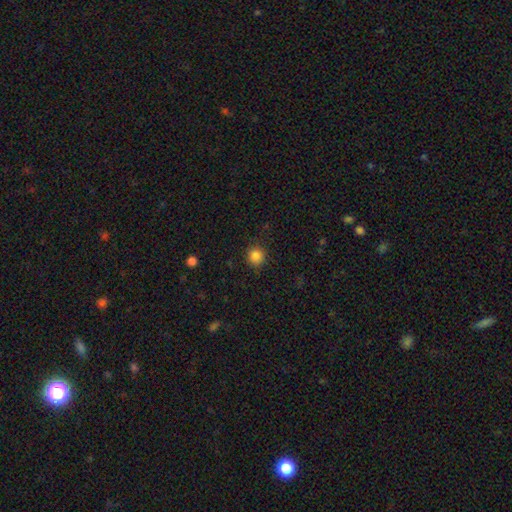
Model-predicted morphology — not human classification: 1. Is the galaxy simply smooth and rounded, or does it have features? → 85% smooth, 11% star or artifact, 4% featured or disk.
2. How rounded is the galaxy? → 92% round, 7% in between, 1% cigar-shaped.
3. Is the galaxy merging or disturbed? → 89% none, 8% minor disturbance, 3% major disturbance, 1% merger.